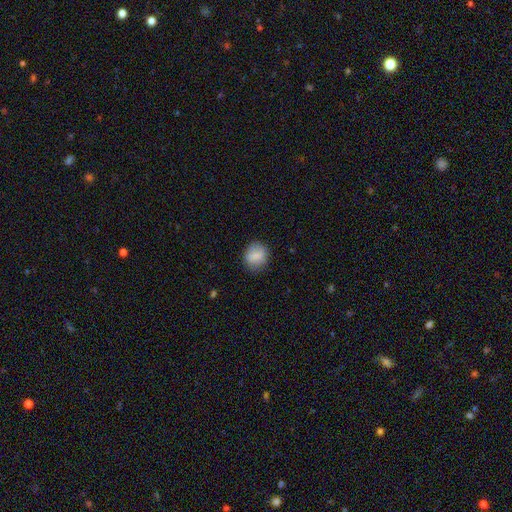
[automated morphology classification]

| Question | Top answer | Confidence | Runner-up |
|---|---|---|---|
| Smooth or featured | smooth | 82% | featured or disk (10%) |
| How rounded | round | 75% | in between (24%) |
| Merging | none | 84% | minor disturbance (12%) |